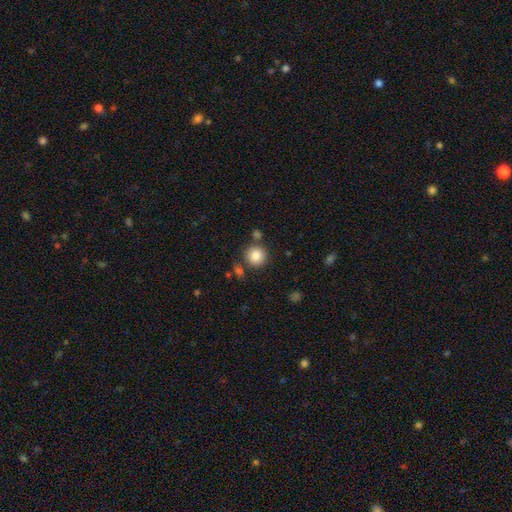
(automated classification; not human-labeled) This is clearly a smooth galaxy (84%). How rounded: clearly round (92%). Merging: likely none (80%).